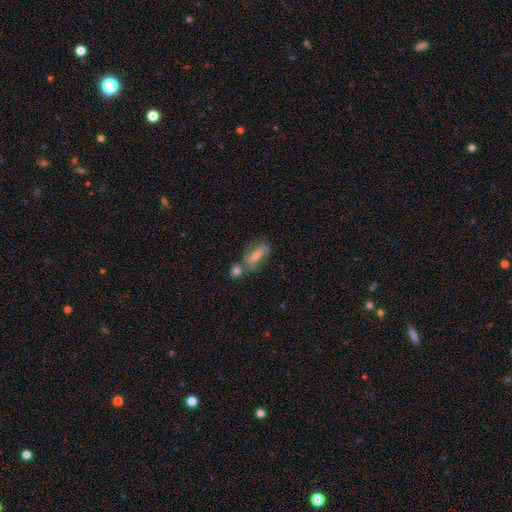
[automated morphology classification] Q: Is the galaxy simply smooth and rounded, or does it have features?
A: featured or disk — 59%.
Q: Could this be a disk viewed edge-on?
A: no — 89%.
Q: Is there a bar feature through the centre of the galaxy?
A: weak — 38%, tied with no.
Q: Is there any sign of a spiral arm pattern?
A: yes — 79%.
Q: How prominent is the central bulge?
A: moderate — 51%.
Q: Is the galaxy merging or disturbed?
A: none — 54%.